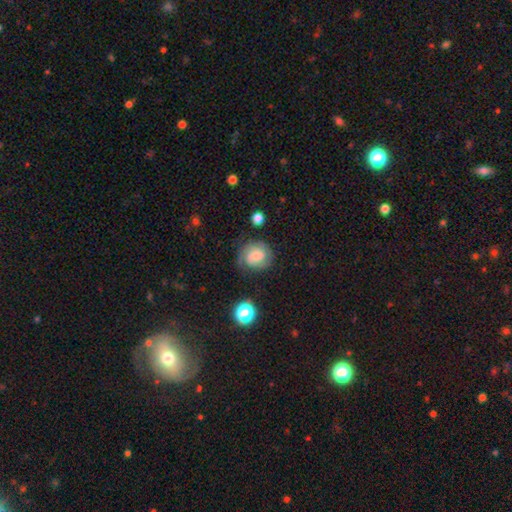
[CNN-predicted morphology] Overall: featured or disk (50%; smooth 40%). Edge-on disk: no (98%). Merging: none (65%).